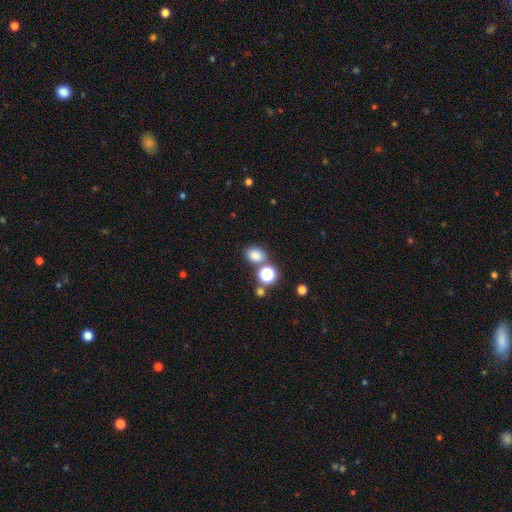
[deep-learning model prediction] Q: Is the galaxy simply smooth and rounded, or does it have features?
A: smooth — 78%.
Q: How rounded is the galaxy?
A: round — 51%.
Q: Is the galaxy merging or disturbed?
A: none — 69%.